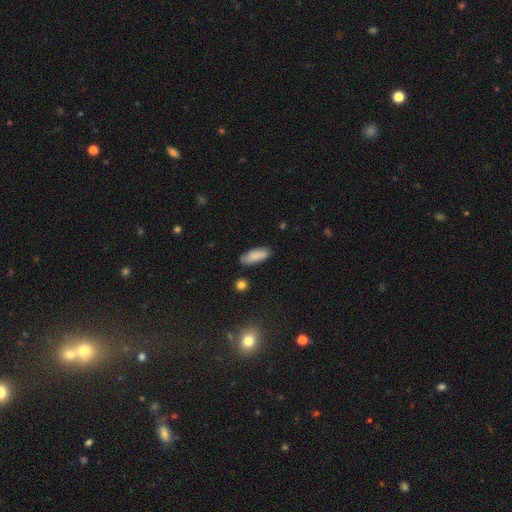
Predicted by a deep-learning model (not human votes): This is clearly a smooth galaxy (86%). How rounded: likely in between (76%). Merging: clearly none (82%).